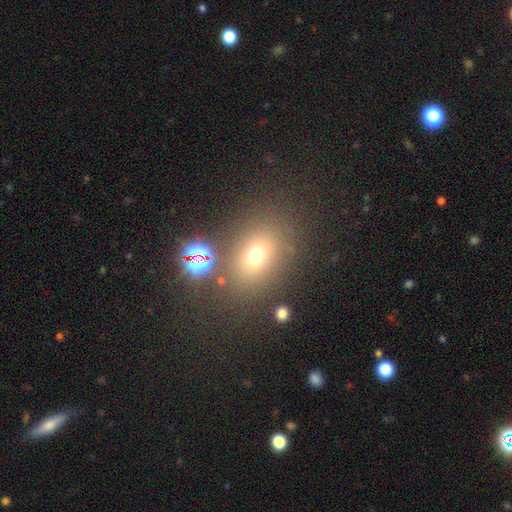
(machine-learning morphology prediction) Smooth or featured?
  - smooth: 67% *
  - star or artifact: 20%
  - featured or disk: 12%
How rounded?
  - in between: 59% *
  - round: 40%
  - cigar-shaped: 2%
Merging?
  - none: 76% *
  - minor disturbance: 11%
  - merger: 7%
  - major disturbance: 6%